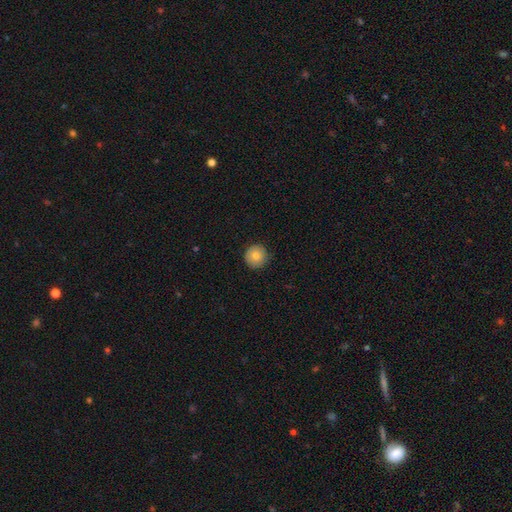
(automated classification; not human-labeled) smooth_or_featured: smooth (p=0.79) [alt: featured or disk p=0.12]
how_rounded: round (p=0.96) [alt: in between p=0.03]
merging: none (p=0.90) [alt: minor disturbance p=0.07]